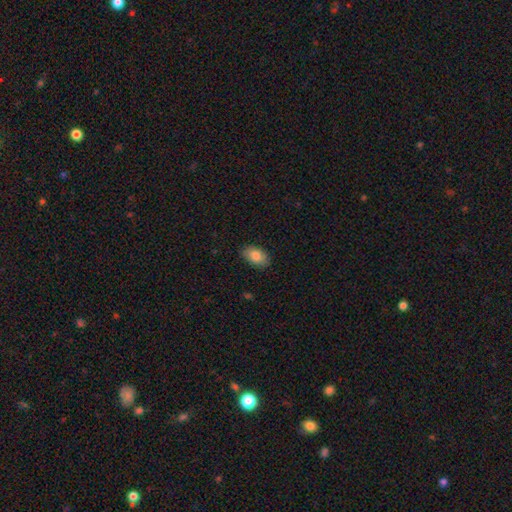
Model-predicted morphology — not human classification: Q: Smooth or featured?
A: smooth (84%); runner-up: featured or disk (8%)
Q: How rounded?
A: in between (91%); runner-up: round (7%)
Q: Merging?
A: none (87%); runner-up: minor disturbance (10%)